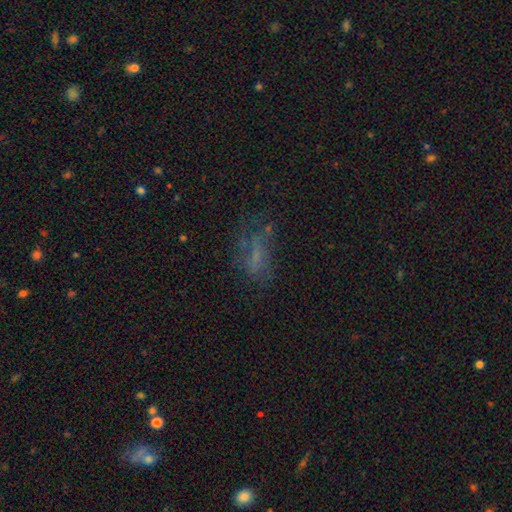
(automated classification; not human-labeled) This appears to be a smooth galaxy with no disk features (40%). Merging: none (48%).